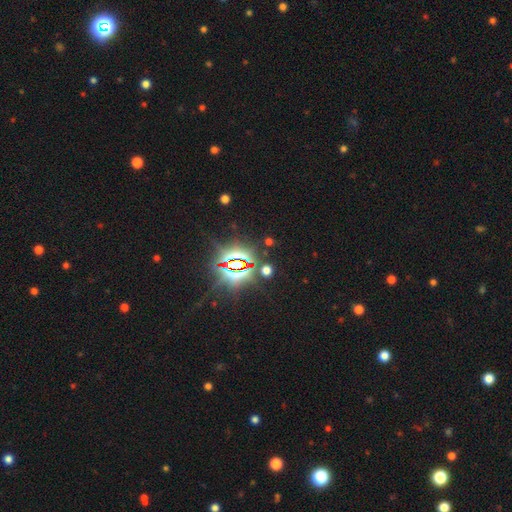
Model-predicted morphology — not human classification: Smooth or featured: star or artifact — 85% (smooth — 9%)